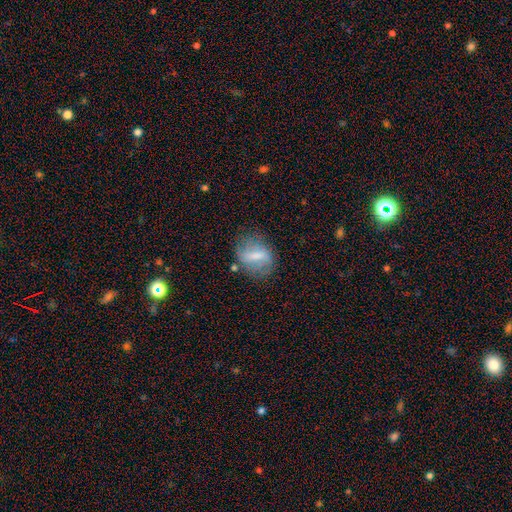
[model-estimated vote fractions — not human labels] smooth 46%, featured or disk 44%, star or artifact 9%. Down the decision tree: merging — none (61%).